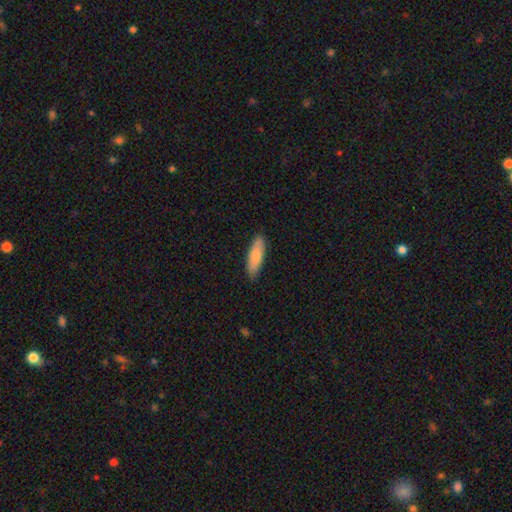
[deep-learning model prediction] This is clearly a smooth galaxy (82%). How rounded: possibly in between (50%). Merging: clearly none (85%).